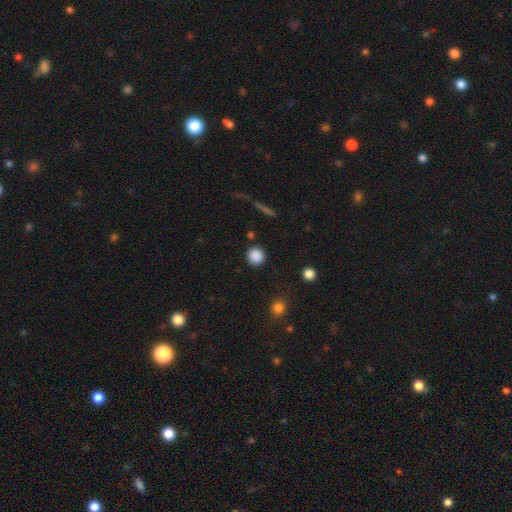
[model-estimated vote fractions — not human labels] Smooth or featured?
  - smooth: 87% *
  - star or artifact: 10%
  - featured or disk: 3%
How rounded?
  - round: 93% *
  - in between: 6%
  - cigar-shaped: 1%
Merging?
  - none: 90% *
  - minor disturbance: 6%
  - major disturbance: 2%
  - merger: 2%